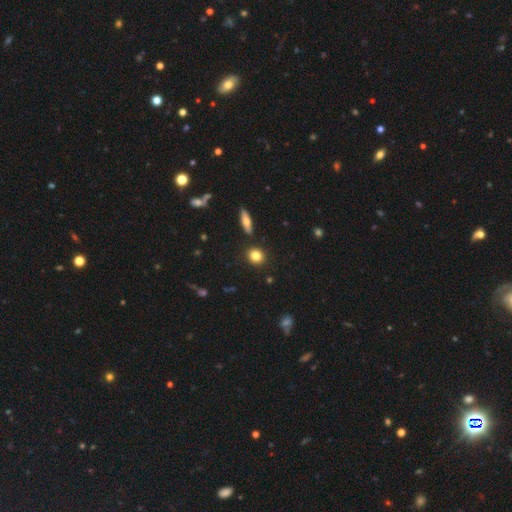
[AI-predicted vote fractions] Morphology: type=smooth (81%); roundness=round (80%); merging=none (88%).